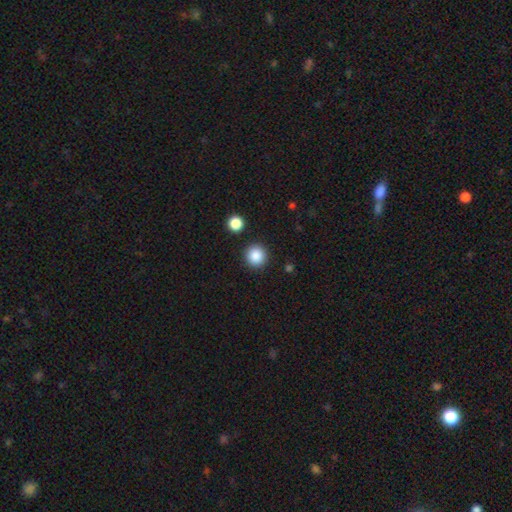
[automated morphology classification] smooth 87%, star or artifact 9%, featured or disk 4%. Down the decision tree: how rounded — round (95%); merging — none (90%).